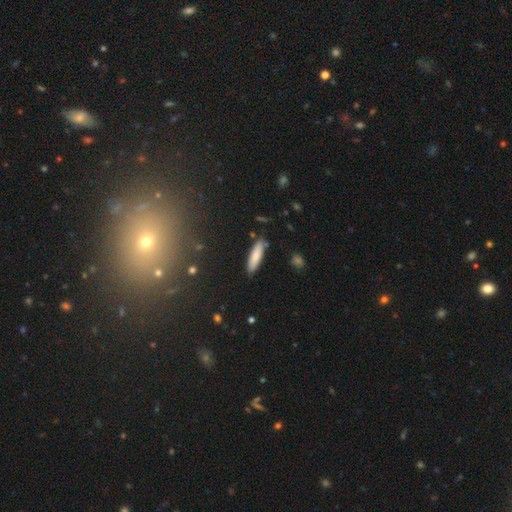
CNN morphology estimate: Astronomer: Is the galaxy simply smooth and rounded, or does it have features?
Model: smooth — 81%.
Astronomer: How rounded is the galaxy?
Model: cigar-shaped — 72%.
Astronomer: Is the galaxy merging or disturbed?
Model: none — 85%.